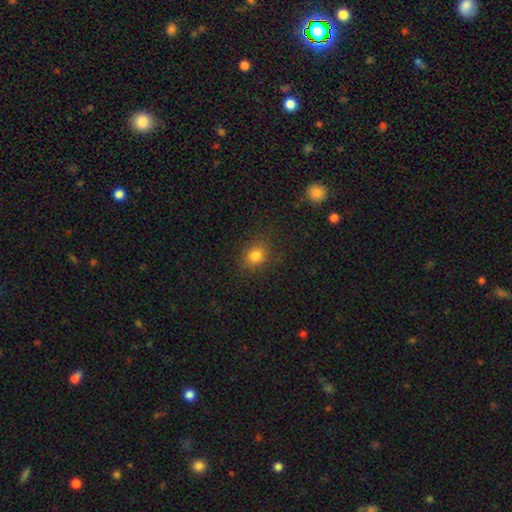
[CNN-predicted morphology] Overall: smooth (80%). How rounded: round (73%). Merging: none (84%).